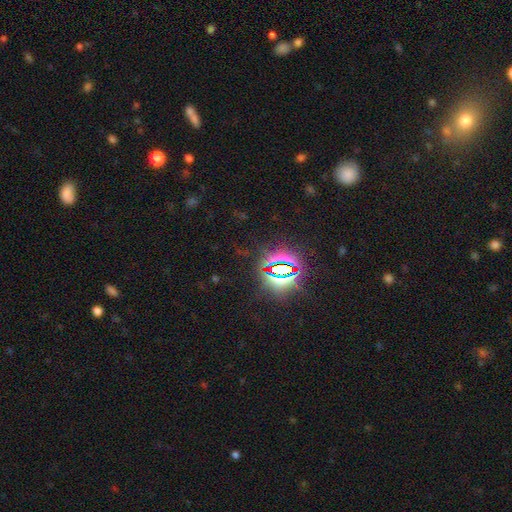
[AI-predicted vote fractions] star or artifact 82%, smooth 11%, featured or disk 7%.